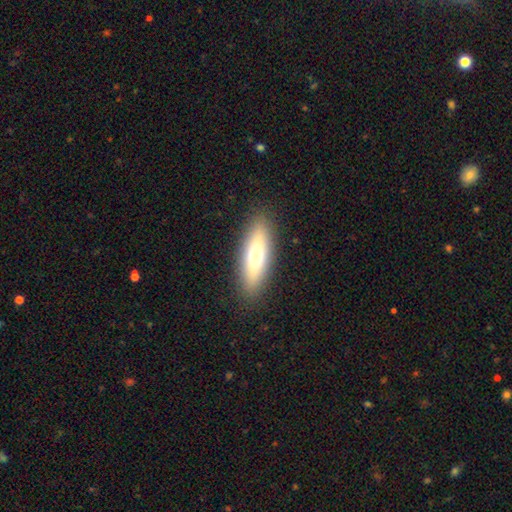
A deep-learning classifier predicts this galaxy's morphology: smooth-or-featured: smooth: 69% | featured or disk: 24% | star or artifact: 7%
  how-rounded: in between: 49% (tied) | cigar-shaped: 49% (tied) | round: 2%
  merging: none: 88% | minor disturbance: 8% | major disturbance: 2% | merger: 1%